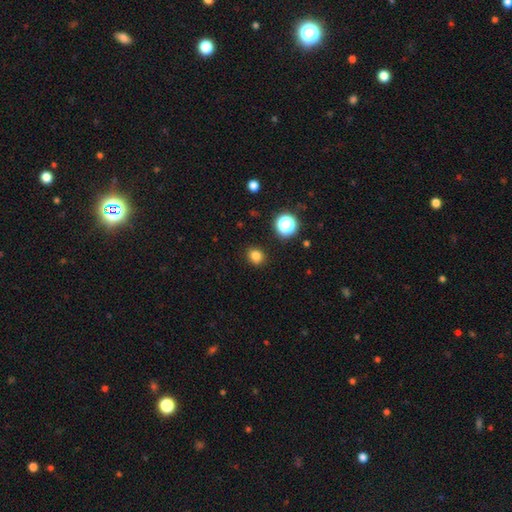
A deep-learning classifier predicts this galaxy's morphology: Smooth or featured? Predicted: smooth (p=0.81). How rounded? Predicted: round (p=0.70). Merging? Predicted: none (p=0.89).